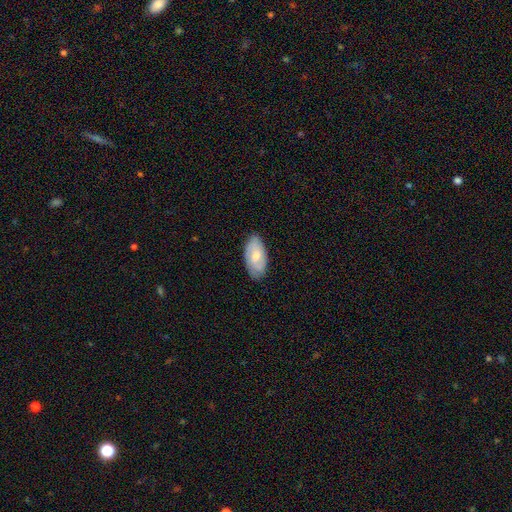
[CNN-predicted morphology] This appears to be a smooth galaxy with no disk features (64%) that is in between round and cigar-shaped (94%). Merging: none (80%).